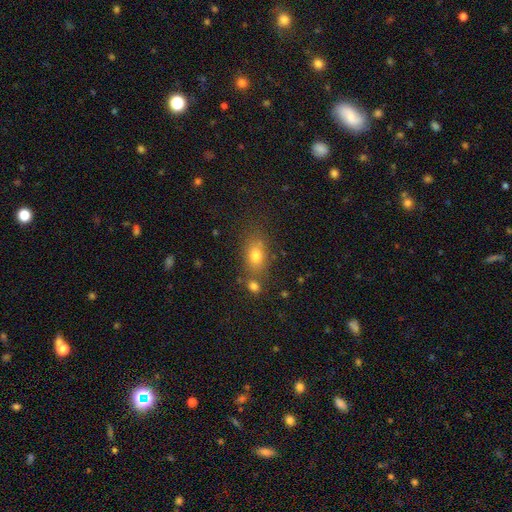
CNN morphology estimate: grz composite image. It shows a smooth galaxy with no disk features (76%) that is in between round and cigar-shaped (71%). Merging: none (63%).